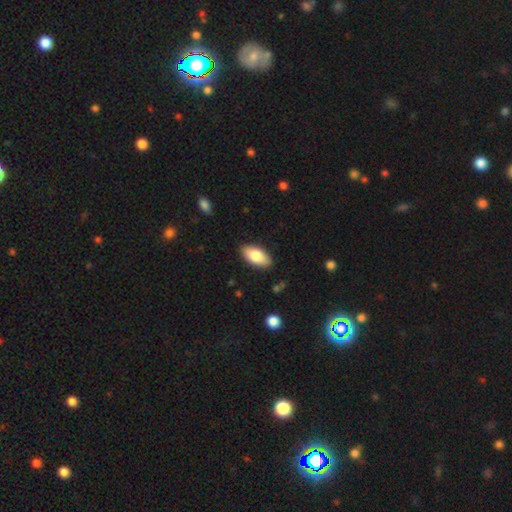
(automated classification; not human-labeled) smooth 80%, featured or disk 14%, star or artifact 6%. Down the decision tree: how rounded — in between (93%); merging — none (88%).